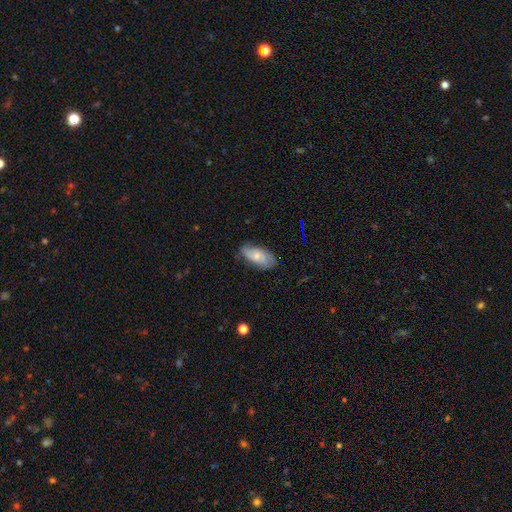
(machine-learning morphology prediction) This appears to be a smooth galaxy with no disk features (55%) that is in between round and cigar-shaped (89%). Merging: none (69%).